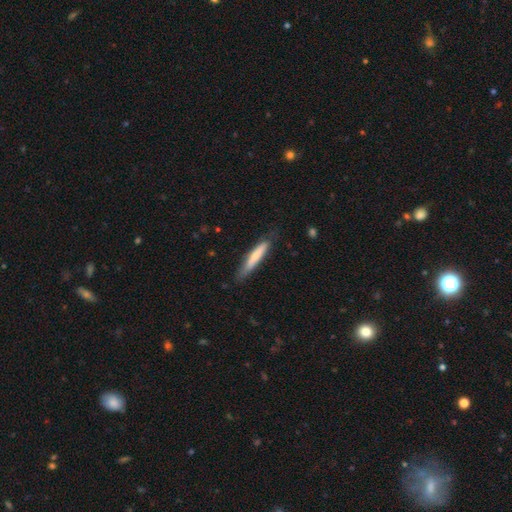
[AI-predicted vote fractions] Smooth or featured? smooth (67%)
How rounded? cigar-shaped (90%)
Merging? none (74%)